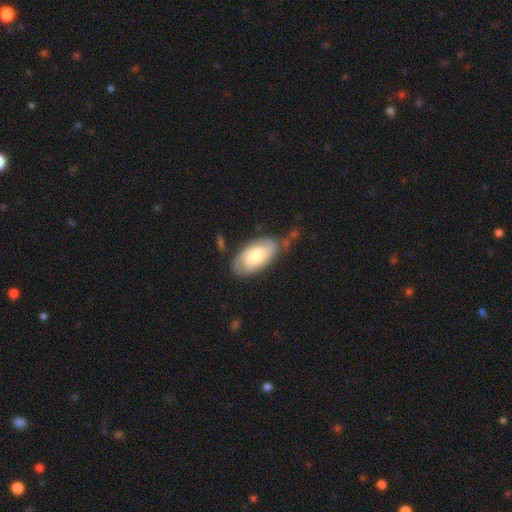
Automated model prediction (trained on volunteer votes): Overall: featured or disk (48%; smooth 46%). Merging: none (64%; minor disturbance 24%).